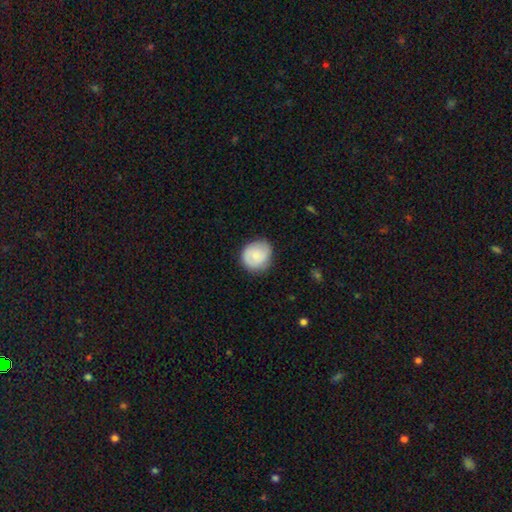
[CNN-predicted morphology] smooth_or_featured: smooth (p=0.74) [alt: featured or disk p=0.20]
how_rounded: round (p=0.80) [alt: in between p=0.19]
merging: none (p=0.78) [alt: minor disturbance p=0.18]